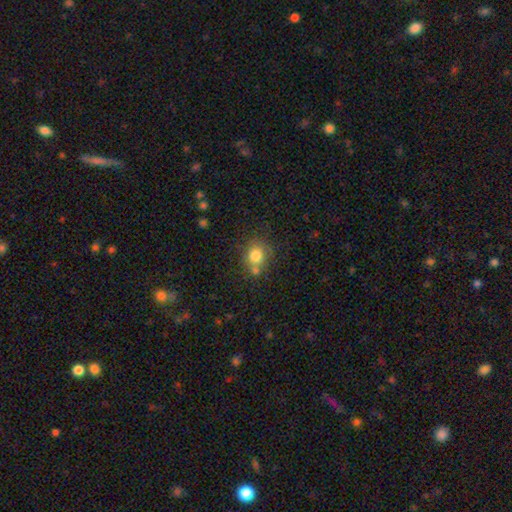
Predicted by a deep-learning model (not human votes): smooth_or_featured: smooth (p=0.79) [alt: star or artifact p=0.11]
how_rounded: round (p=0.78) [alt: in between p=0.21]
merging: none (p=0.60) [alt: merger p=0.21]